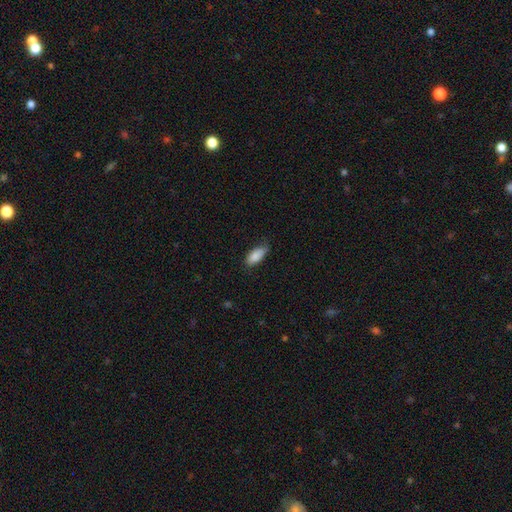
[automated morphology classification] A smooth galaxy with no disk features (87%) that is in between round and cigar-shaped (84%). Merging: none (69%).